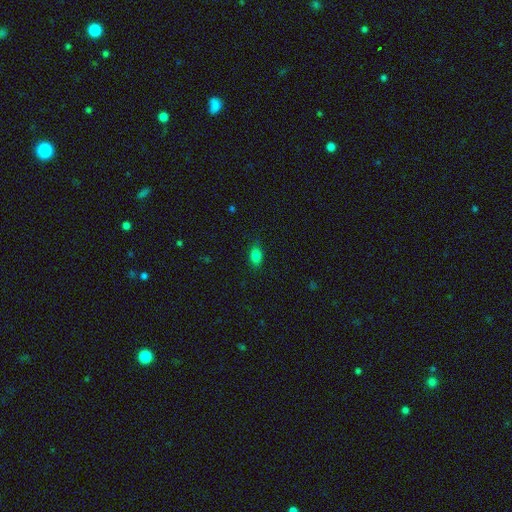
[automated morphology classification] smooth_or_featured: smooth (p=0.82) [alt: star or artifact p=0.12]
how_rounded: in between (p=0.84) [alt: round p=0.13]
merging: none (p=0.82) [alt: minor disturbance p=0.14]